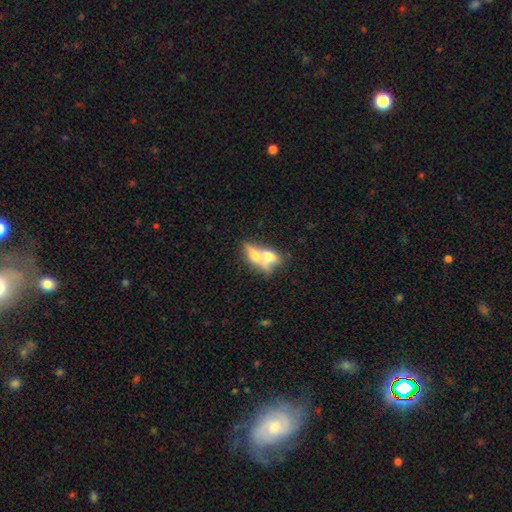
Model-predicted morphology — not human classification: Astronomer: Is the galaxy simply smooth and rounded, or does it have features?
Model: smooth — 56% (runner-up: featured or disk, 37%).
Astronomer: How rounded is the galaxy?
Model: in between — 67%.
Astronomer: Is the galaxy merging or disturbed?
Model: merger — 69%.